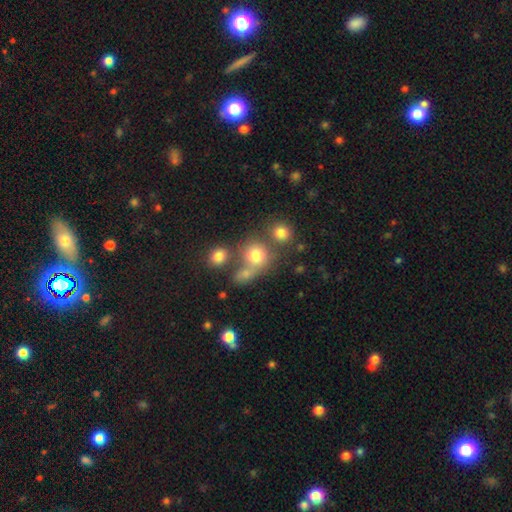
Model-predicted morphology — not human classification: Smooth or featured?
  - smooth: 76% *
  - star or artifact: 14%
  - featured or disk: 11%
How rounded?
  - round: 82% *
  - in between: 16%
  - cigar-shaped: 1%
Merging?
  - none: 50% *
  - merger: 34%
  - minor disturbance: 11%
  - major disturbance: 6%